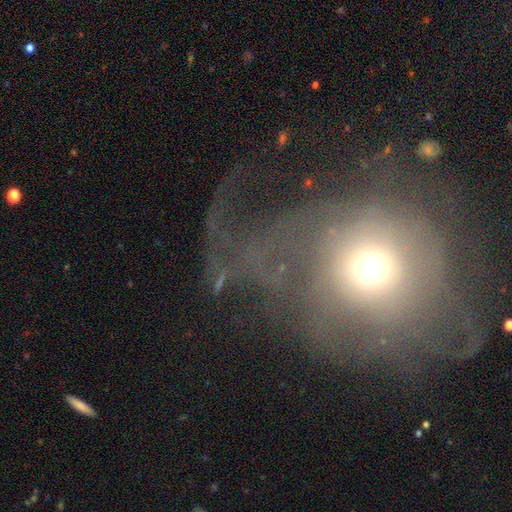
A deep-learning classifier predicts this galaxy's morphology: Q: Smooth or featured?
A: featured or disk (40%); runner-up: smooth (39%)
Q: Merging?
A: major disturbance (56%); runner-up: none (26%)